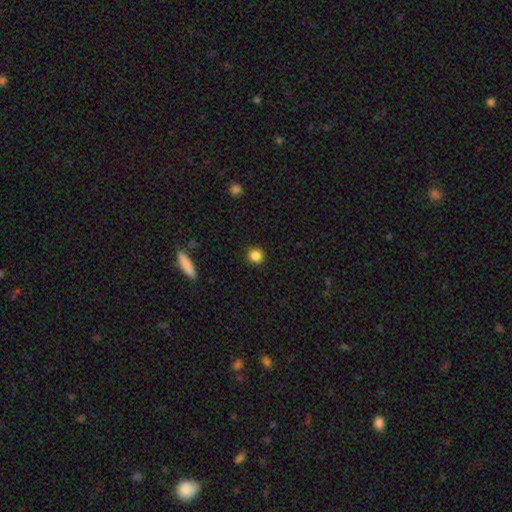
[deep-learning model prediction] A smooth galaxy with no disk features (85%) that is round (91%). Merging: none (91%).